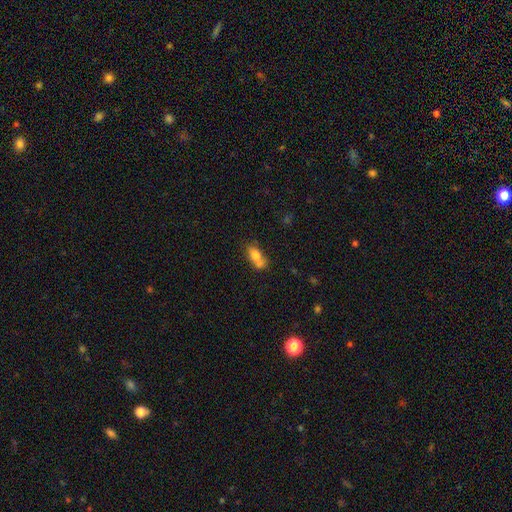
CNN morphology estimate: Q: Smooth or featured?
A: smooth (73%); runner-up: featured or disk (17%)
Q: How rounded?
A: in between (76%); runner-up: round (18%)
Q: Merging?
A: merger (45%); runner-up: none (32%)